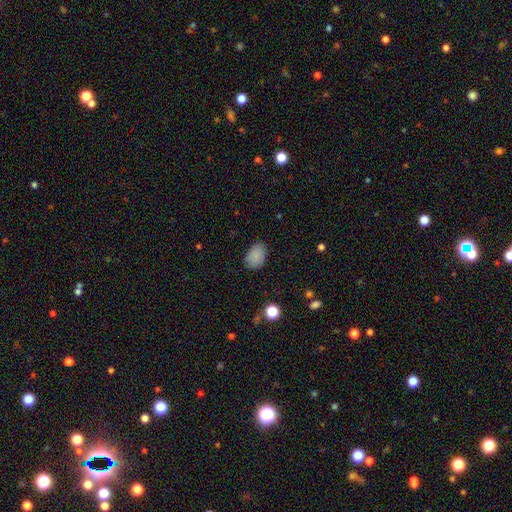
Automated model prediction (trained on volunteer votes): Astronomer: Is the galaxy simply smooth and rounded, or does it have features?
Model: smooth — 85%.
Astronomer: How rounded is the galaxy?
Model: in between — 85%.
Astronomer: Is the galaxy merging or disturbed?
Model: none — 79%.